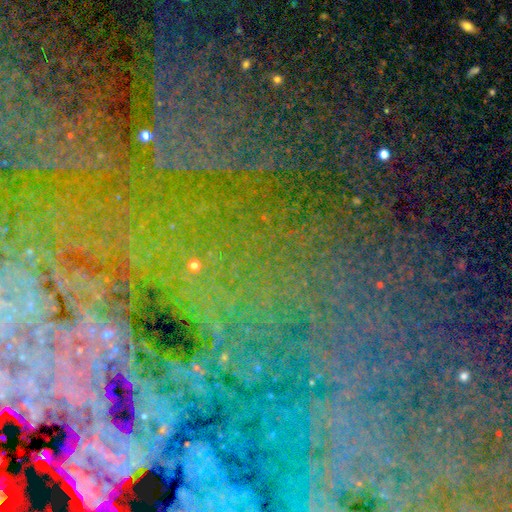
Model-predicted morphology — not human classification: Smooth or featured? Predicted: star or artifact (p=0.77).